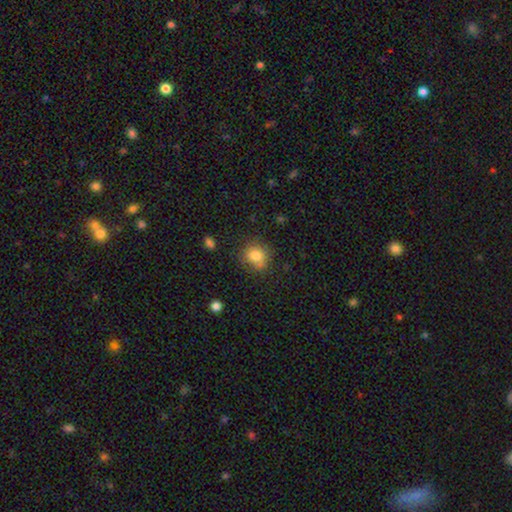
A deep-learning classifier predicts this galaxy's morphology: Smooth or featured? smooth (81%)
How rounded? round (81%)
Merging? none (69%)